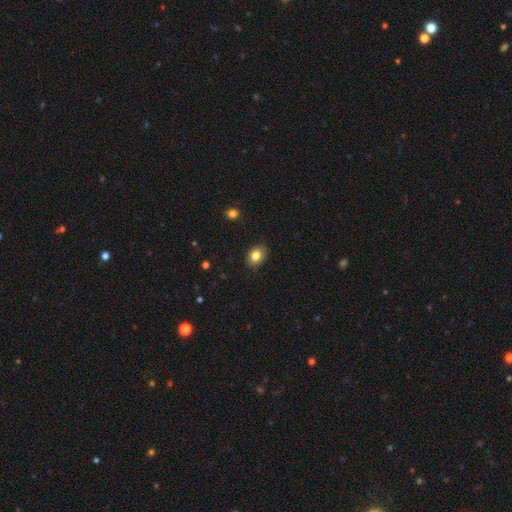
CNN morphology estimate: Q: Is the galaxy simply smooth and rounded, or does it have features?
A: smooth — 83%.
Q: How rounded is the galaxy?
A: in between — 67%.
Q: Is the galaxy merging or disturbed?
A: none — 86%.